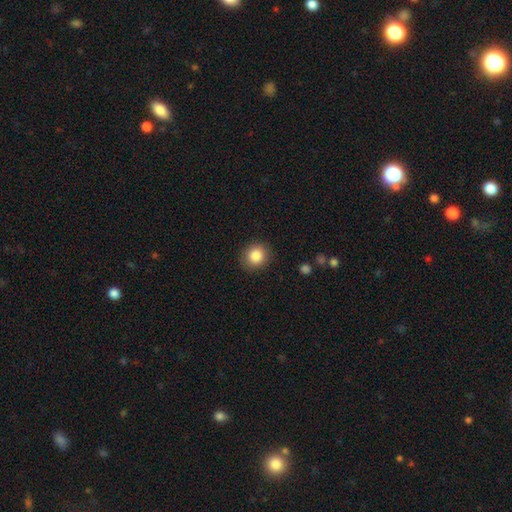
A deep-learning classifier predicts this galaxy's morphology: A smooth galaxy with no disk features (86%) that is round (79%). Merging: none (87%).